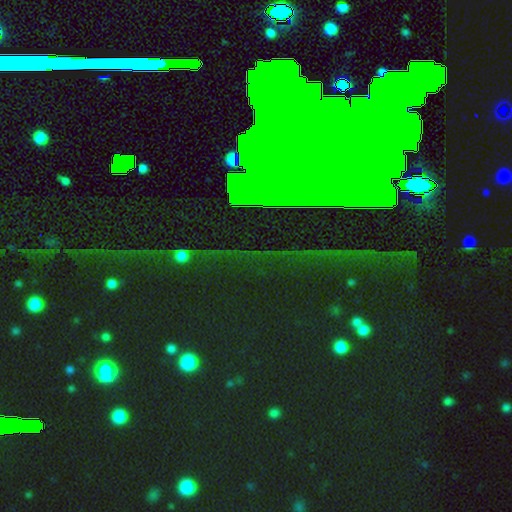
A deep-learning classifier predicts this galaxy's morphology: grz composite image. It shows a star or artifact, not a galaxy (76%).